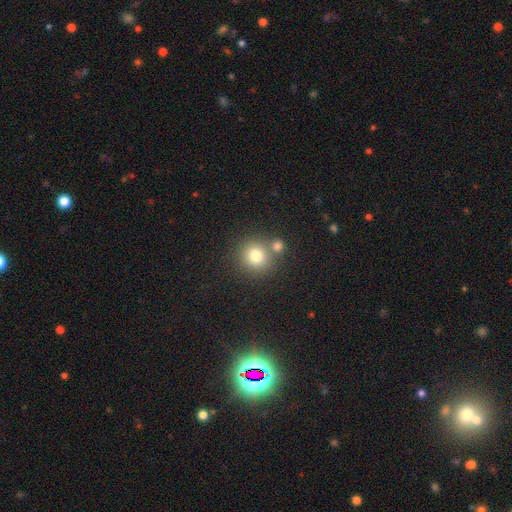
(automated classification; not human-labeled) This is likely a smooth galaxy (78%). How rounded: clearly round (91%). Merging: likely none (67%).